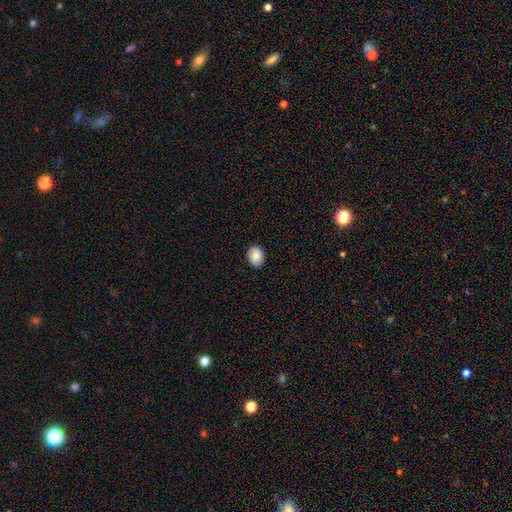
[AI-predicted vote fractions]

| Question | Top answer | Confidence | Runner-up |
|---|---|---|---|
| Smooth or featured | smooth | 81% | featured or disk (11%) |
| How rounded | in between | 54% | round (45%) |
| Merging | none | 87% | minor disturbance (10%) |